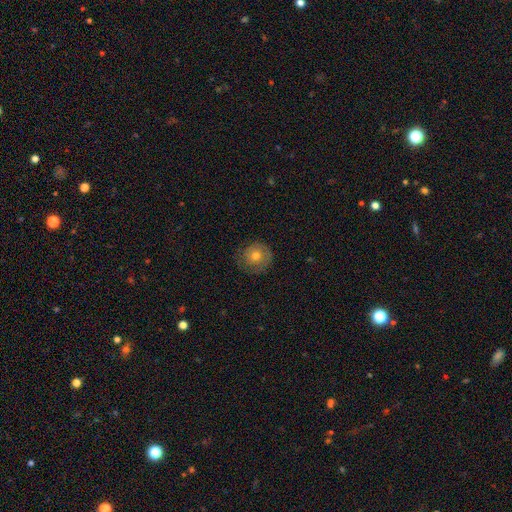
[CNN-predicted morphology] Overall: smooth (61%; featured or disk 30%). How rounded: round (91%). Merging: none (77%).